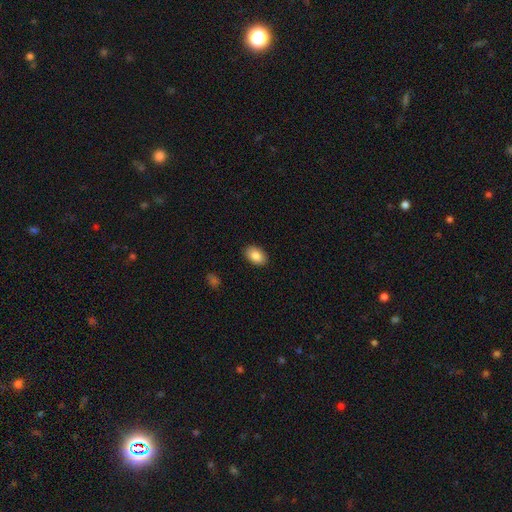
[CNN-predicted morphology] Smooth or featured?
  - smooth: 86% *
  - star or artifact: 7%
  - featured or disk: 7%
How rounded?
  - in between: 90% *
  - round: 9%
  - cigar-shaped: 1%
Merging?
  - none: 89% *
  - minor disturbance: 8%
  - major disturbance: 2%
  - merger: 1%